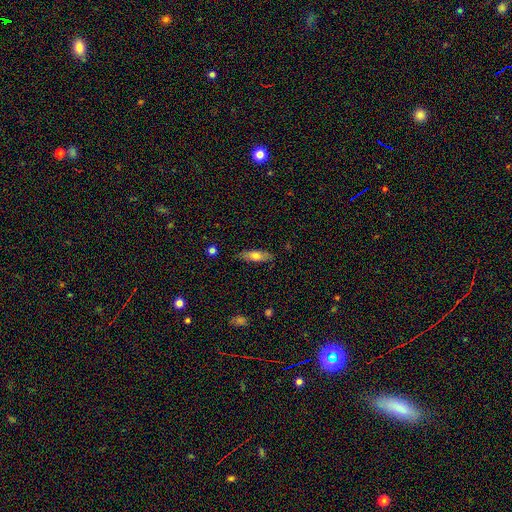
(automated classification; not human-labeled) Smooth or featured?
  - smooth: 66% *
  - featured or disk: 27%
  - star or artifact: 7%
How rounded?
  - in between: 53% *
  - cigar-shaped: 45%
  - round: 2%
Merging?
  - none: 82% *
  - minor disturbance: 14%
  - major disturbance: 3%
  - merger: 1%